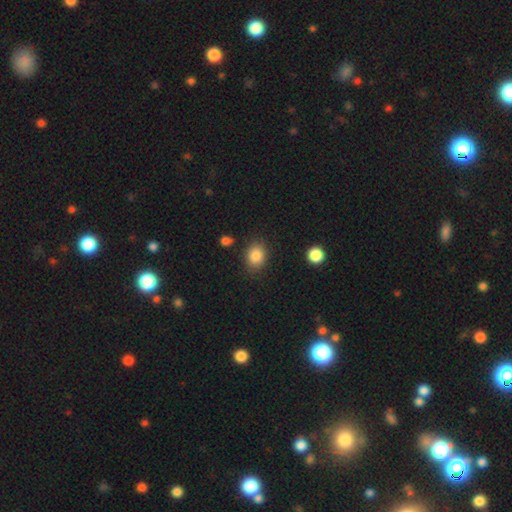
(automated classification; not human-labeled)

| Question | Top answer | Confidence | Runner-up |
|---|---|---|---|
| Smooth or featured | smooth | 86% | star or artifact (9%) |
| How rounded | in between | 57% | round (42%) |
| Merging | none | 82% | minor disturbance (12%) |